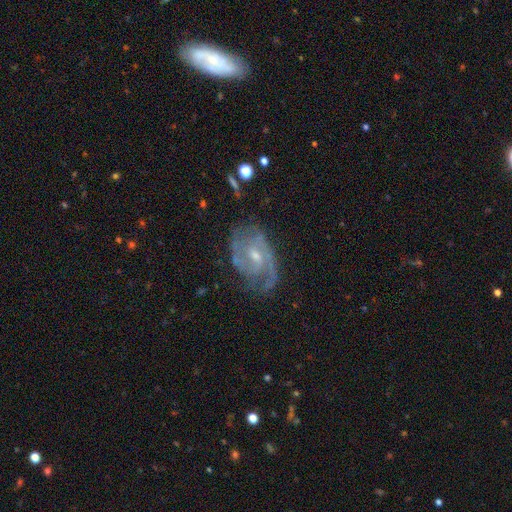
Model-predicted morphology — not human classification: Smooth or featured? Predicted: featured or disk (p=0.87). Edge-on disk? Predicted: no (p=0.97). Bar? Predicted: weak (p=0.52). Spiral arms? Predicted: yes (p=0.95). Spiral winding? Predicted: medium (p=0.48). Spiral arm count? Predicted: 2 (p=0.64). Bulge size? Predicted: small (p=0.52). Merging? Predicted: none (p=0.67).